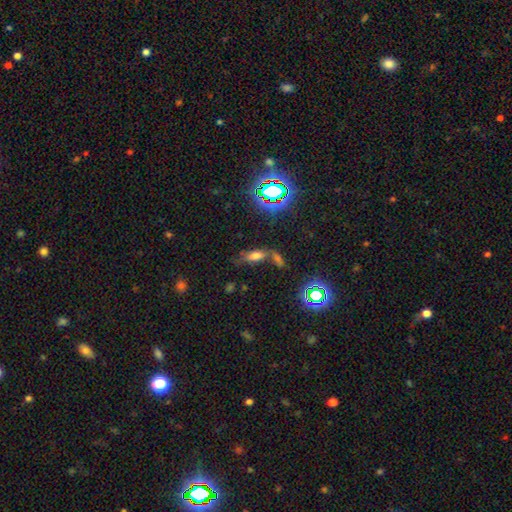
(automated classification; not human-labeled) A smooth galaxy with no disk features (59%) that is in between round and cigar-shaped (73%).

Vote fractions:
- Smooth or featured? smooth: 59% / star or artifact: 26% / featured or disk: 15%
- How rounded? in between: 73% / cigar-shaped: 22% / round: 5%
- Merging? none: 42% / merger: 36% / minor disturbance: 14% / major disturbance: 8%